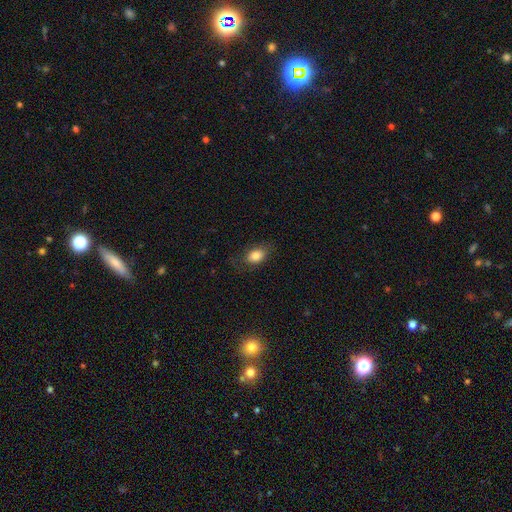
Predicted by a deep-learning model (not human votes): Smooth or featured? smooth (82%)
How rounded? in between (78%)
Merging? none (75%)